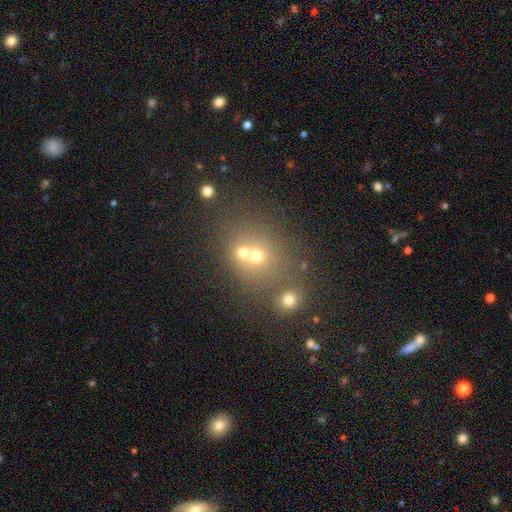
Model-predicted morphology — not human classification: smooth-or-featured: smooth: 62% | star or artifact: 22% | featured or disk: 17%
  how-rounded: round: 77% | in between: 22% | cigar-shaped: 1%
  merging: none: 45% | merger: 43% | minor disturbance: 8% | major disturbance: 4%